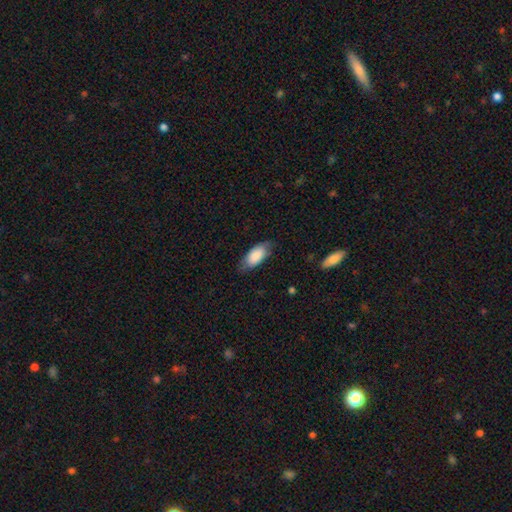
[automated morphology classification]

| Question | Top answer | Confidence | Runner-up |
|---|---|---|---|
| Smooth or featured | smooth | 85% | featured or disk (9%) |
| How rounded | in between | 89% | cigar-shaped (9%) |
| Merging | none | 75% | minor disturbance (19%) |